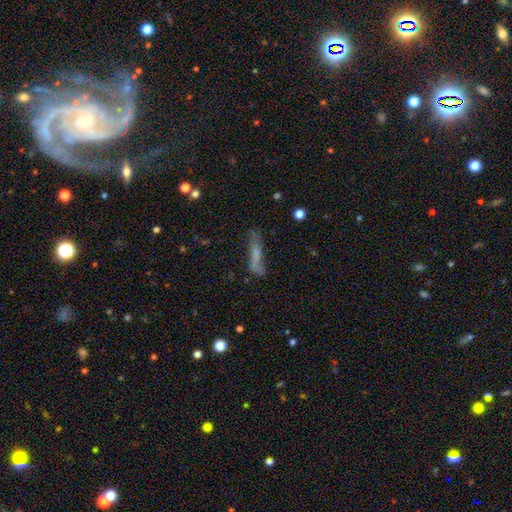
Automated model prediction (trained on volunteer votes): Smooth or featured: smooth — 48% (featured or disk — 39%)
Merging: none — 53% (minor disturbance — 26%)